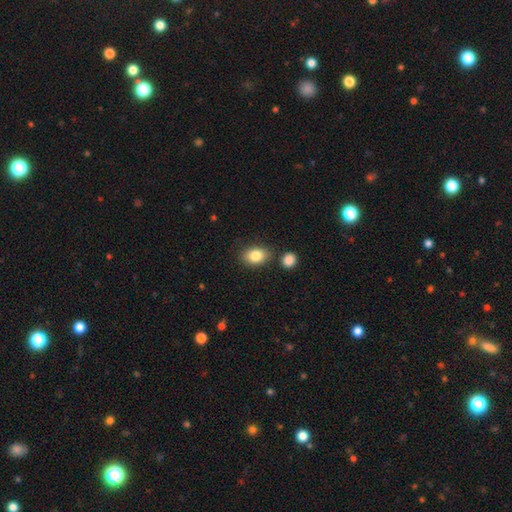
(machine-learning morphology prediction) Q: Smooth or featured?
A: smooth (84%); runner-up: featured or disk (8%)
Q: How rounded?
A: in between (79%); runner-up: round (19%)
Q: Merging?
A: none (78%); runner-up: minor disturbance (11%)